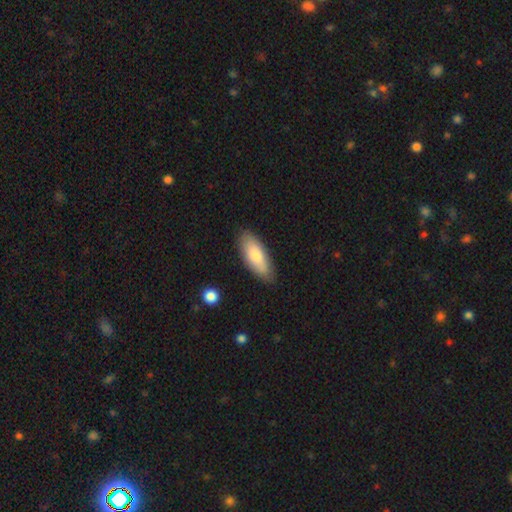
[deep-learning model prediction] Smooth or featured? Predicted: smooth (p=0.79). How rounded? Predicted: in between (p=0.78). Merging? Predicted: none (p=0.82).